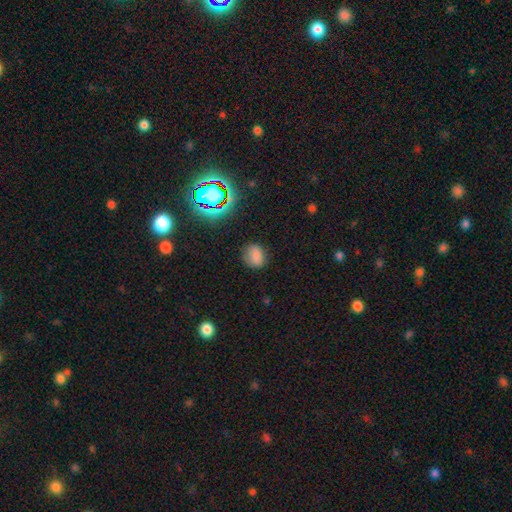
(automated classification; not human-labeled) Q: Smooth or featured?
A: smooth (76%); runner-up: star or artifact (17%)
Q: How rounded?
A: round (49%); tied with: in between (49%)
Q: Merging?
A: none (78%); runner-up: minor disturbance (16%)